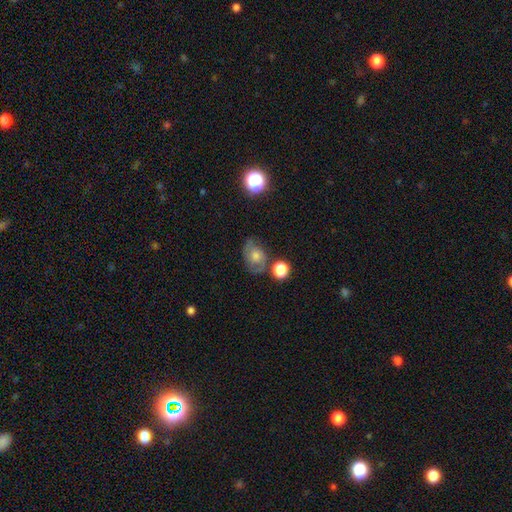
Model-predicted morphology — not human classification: The model was most divided on "smooth or featured": featured or disk: 48%, smooth: 39%, star or artifact: 13%. More confident: merging — none (58%).